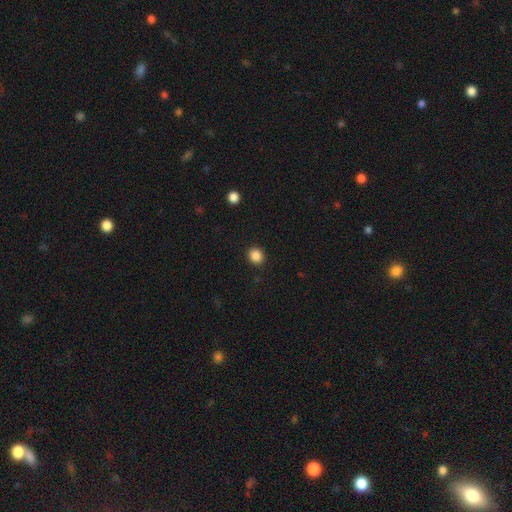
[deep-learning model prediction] Smooth or featured?
  - smooth: 87% *
  - star or artifact: 10%
  - featured or disk: 3%
How rounded?
  - round: 80% *
  - in between: 20%
  - cigar-shaped: 1%
Merging?
  - none: 92% *
  - minor disturbance: 5%
  - major disturbance: 2%
  - merger: 1%